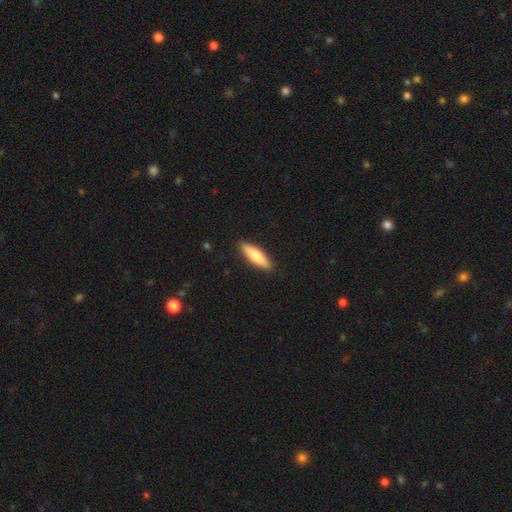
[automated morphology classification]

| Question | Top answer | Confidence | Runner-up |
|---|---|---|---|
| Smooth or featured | smooth | 72% | featured or disk (23%) |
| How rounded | cigar-shaped | 59% | in between (39%) |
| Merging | none | 90% | minor disturbance (8%) |